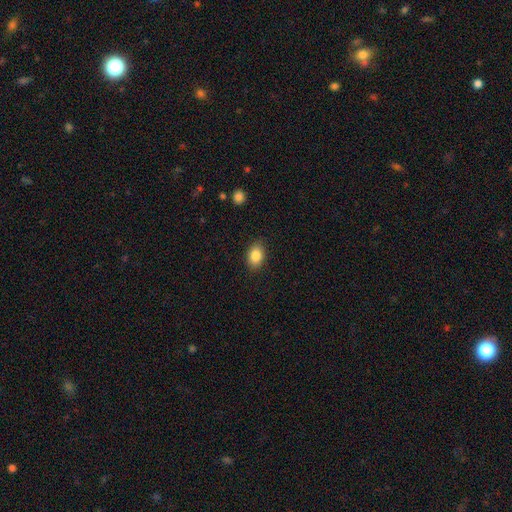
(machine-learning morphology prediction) smooth_or_featured: smooth (p=0.86) [alt: star or artifact p=0.08]
how_rounded: in between (p=0.82) [alt: round p=0.17]
merging: none (p=0.87) [alt: minor disturbance p=0.09]